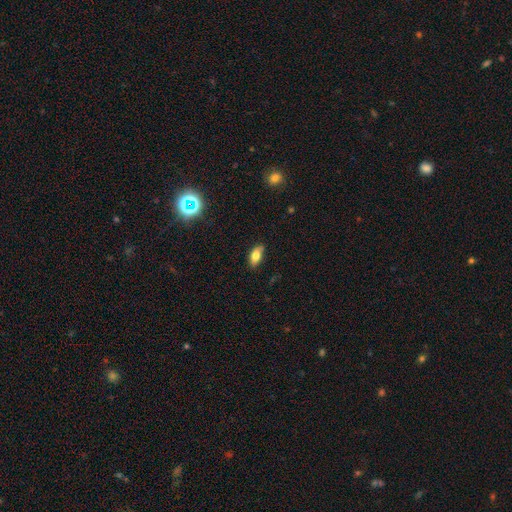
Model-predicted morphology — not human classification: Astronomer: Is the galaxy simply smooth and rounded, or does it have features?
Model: smooth — 76%.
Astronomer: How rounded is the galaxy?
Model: in between — 87%.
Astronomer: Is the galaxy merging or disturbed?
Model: none — 80%.